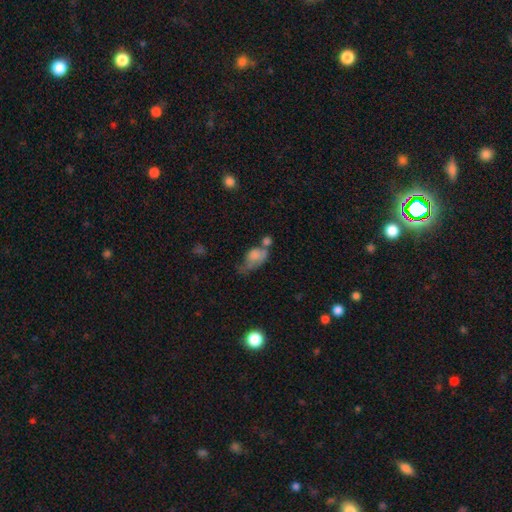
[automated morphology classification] Overall: smooth (71%). How rounded: in between (83%). Merging: merger (34%; major disturbance 24%).